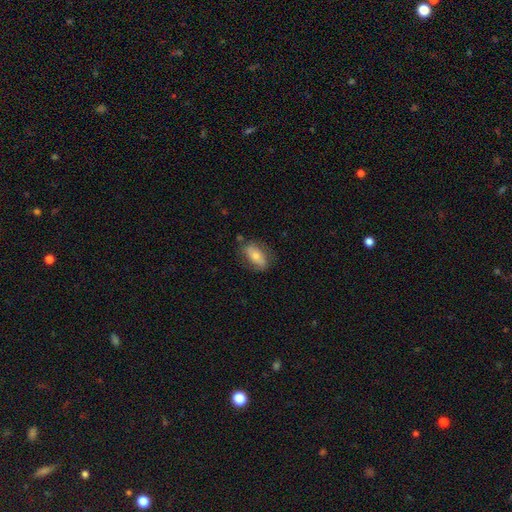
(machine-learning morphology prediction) Smooth or featured?
  - smooth: 68% *
  - featured or disk: 26%
  - star or artifact: 7%
How rounded?
  - in between: 84% *
  - cigar-shaped: 12%
  - round: 4%
Merging?
  - none: 72% *
  - minor disturbance: 19%
  - major disturbance: 6%
  - merger: 3%